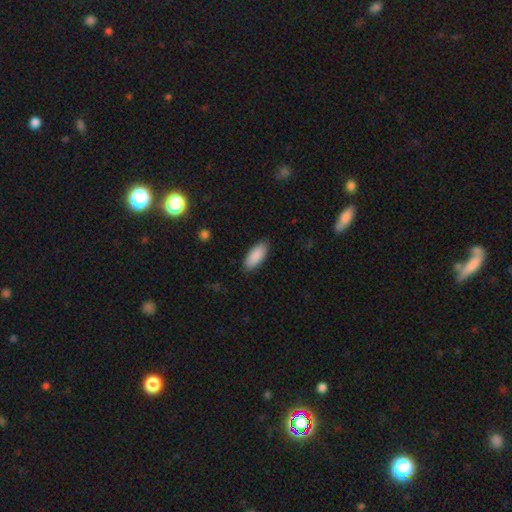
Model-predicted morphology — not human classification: The model was most divided on "how rounded": in between: 86%, cigar-shaped: 12%, round: 2%. More confident: smooth or featured — smooth (90%); merging — none (87%).